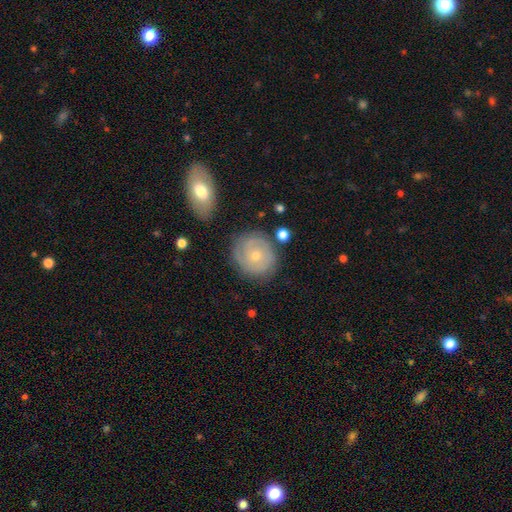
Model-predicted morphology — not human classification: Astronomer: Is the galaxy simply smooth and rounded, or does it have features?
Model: featured or disk — 64%.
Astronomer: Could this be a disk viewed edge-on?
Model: no — 97%.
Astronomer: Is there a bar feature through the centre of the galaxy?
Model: no — 80%.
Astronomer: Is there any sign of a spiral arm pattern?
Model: yes — 84%.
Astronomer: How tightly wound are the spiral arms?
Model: tight — 71%.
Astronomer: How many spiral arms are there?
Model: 2 — 43% (runner-up: can't tell, 31%).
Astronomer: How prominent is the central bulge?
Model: small — 63%.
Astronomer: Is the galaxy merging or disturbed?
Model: none — 78%.